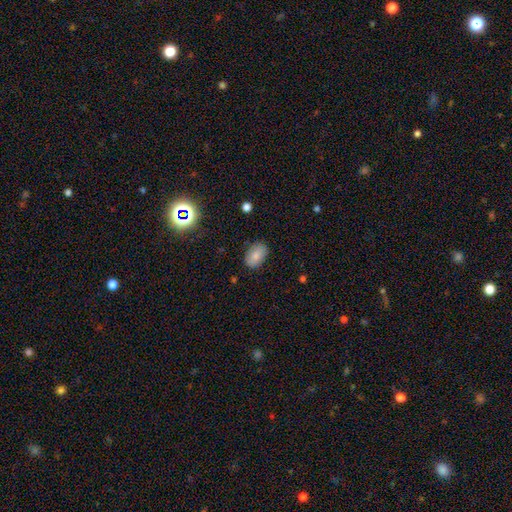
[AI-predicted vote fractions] smooth 82%, featured or disk 10%, star or artifact 9%. Down the decision tree: how rounded — in between (88%); merging — none (84%).